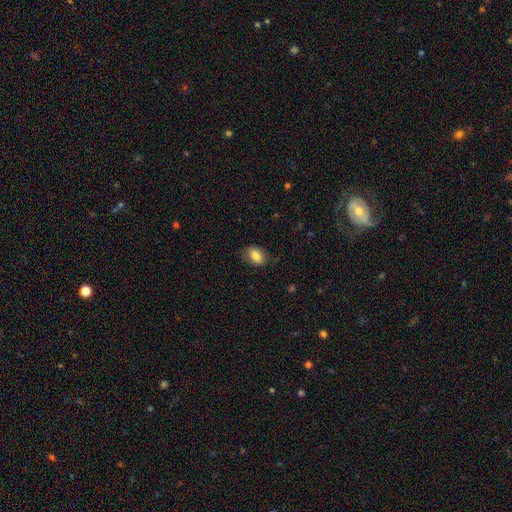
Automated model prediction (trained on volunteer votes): Overall: smooth (83%). How rounded: in between (83%). Merging: none (79%).